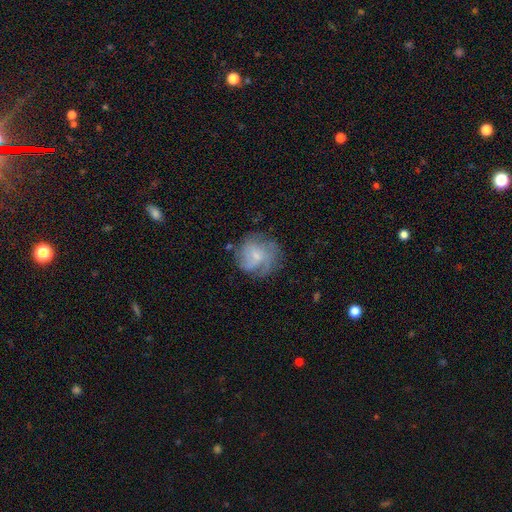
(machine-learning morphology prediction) Smooth or featured: featured or disk — 52% (smooth — 40%)
Edge-on disk: no — 98% (yes — 2%)
Bar: no — 66% (weak — 30%)
Spiral arms: yes — 76% (no — 24%)
Bulge size: small — 60% (moderate — 25%)
Merging: none — 60% (minor disturbance — 22%)